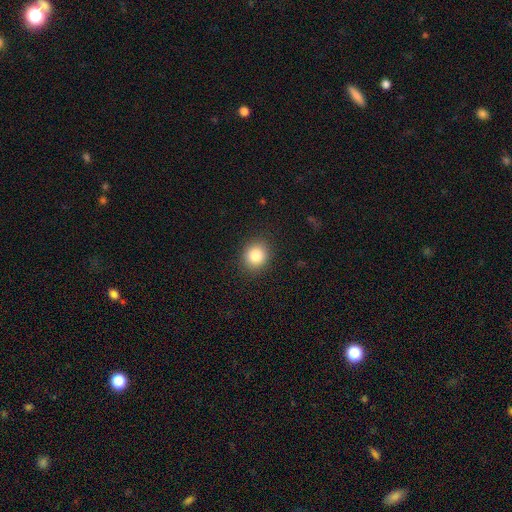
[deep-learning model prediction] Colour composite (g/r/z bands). It shows a smooth galaxy with no disk features (84%) that is round (75%). Merging: none (89%).